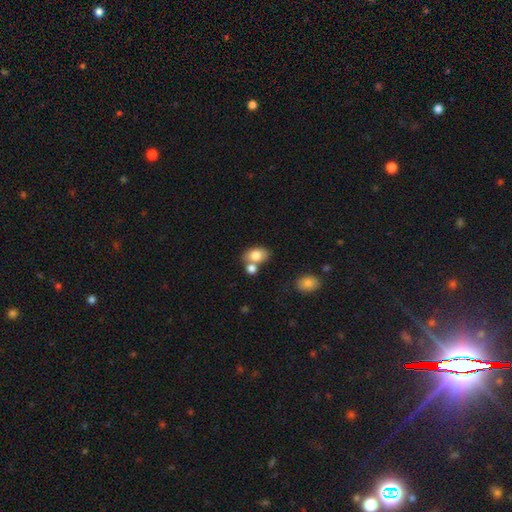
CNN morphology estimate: Q: Smooth or featured?
A: smooth (79%); runner-up: featured or disk (13%)
Q: How rounded?
A: in between (78%); runner-up: round (20%)
Q: Merging?
A: none (52%); runner-up: merger (32%)